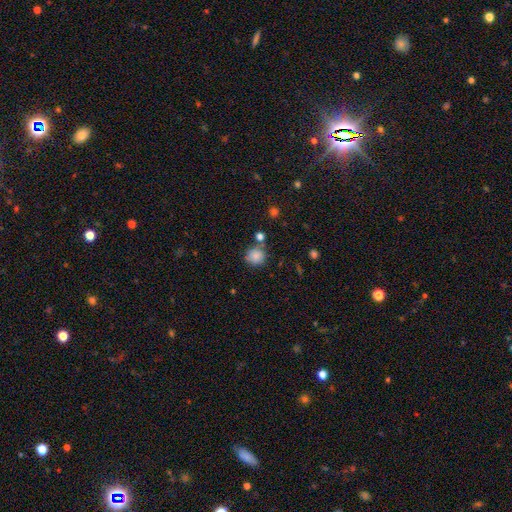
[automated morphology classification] This is clearly a smooth galaxy (85%). How rounded: clearly round (89%). Merging: likely none (72%).